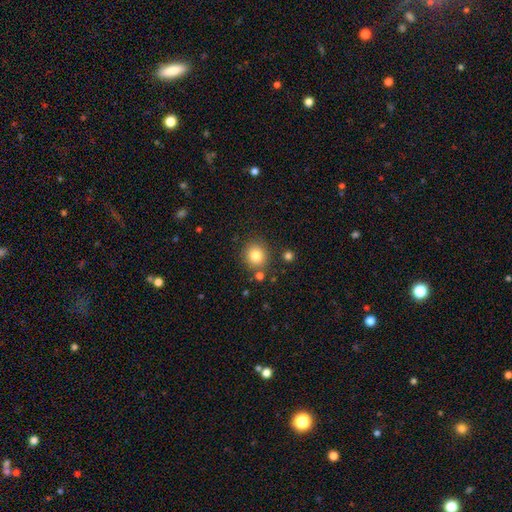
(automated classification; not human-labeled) Smooth or featured? smooth (82%)
How rounded? round (85%)
Merging? none (82%)